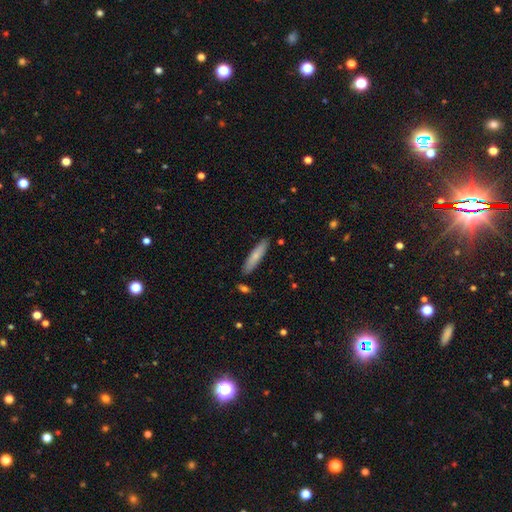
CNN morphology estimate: type=smooth (72%); roundness=cigar-shaped (84%); merging=none (86%).